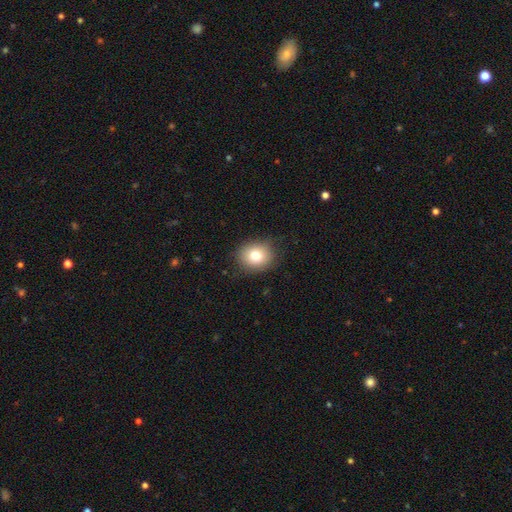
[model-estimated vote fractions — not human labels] This appears to be a smooth galaxy with no disk features (80%) that is round (68%). Merging: none (84%).